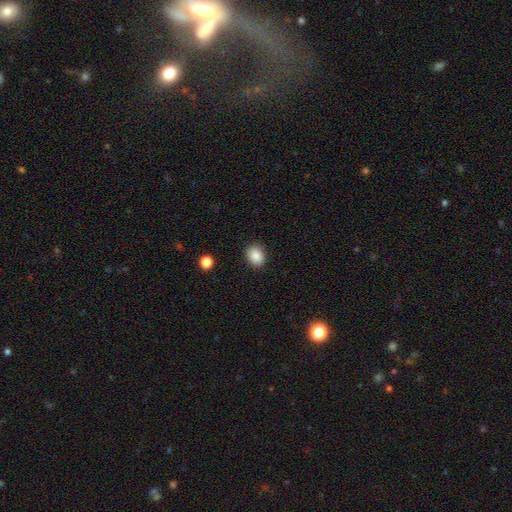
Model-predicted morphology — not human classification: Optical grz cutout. It shows a smooth galaxy with no disk features (88%) that is in between round and cigar-shaped (53%). Merging: none (88%).